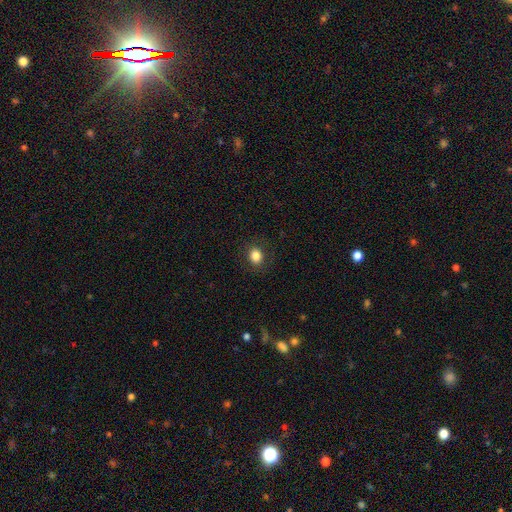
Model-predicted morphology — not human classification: type=smooth (85%); roundness=round (61%); merging=none (88%).